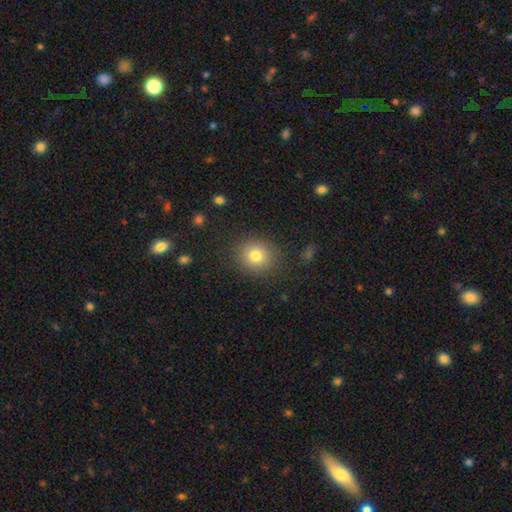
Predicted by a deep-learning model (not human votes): smooth_or_featured: smooth (p=0.79) [alt: star or artifact p=0.12]
how_rounded: round (p=0.85) [alt: in between p=0.14]
merging: none (p=0.87) [alt: minor disturbance p=0.08]